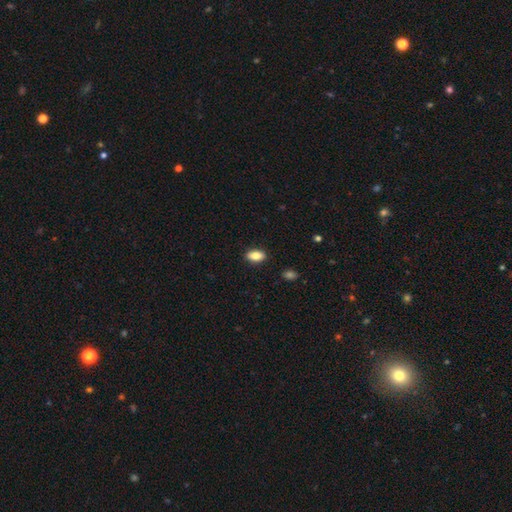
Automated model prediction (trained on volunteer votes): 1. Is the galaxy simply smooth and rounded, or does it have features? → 84% smooth, 8% featured or disk, 7% star or artifact.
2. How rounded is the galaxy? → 90% in between, 6% round, 5% cigar-shaped.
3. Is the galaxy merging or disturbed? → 89% none, 8% minor disturbance, 2% major disturbance, 1% merger.